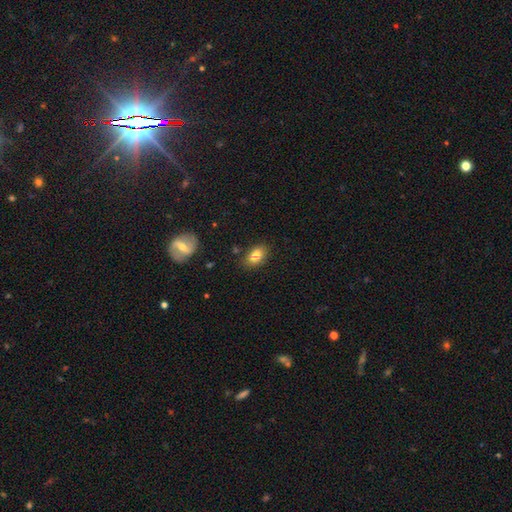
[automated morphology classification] smooth_or_featured: smooth (p=0.81) [alt: featured or disk p=0.10]
how_rounded: in between (p=0.88) [alt: round p=0.10]
merging: none (p=0.79) [alt: minor disturbance p=0.15]